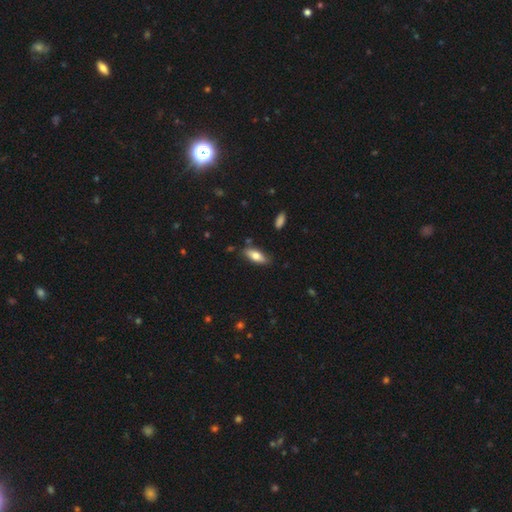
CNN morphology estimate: Smooth or featured? smooth (73%)
How rounded? in between (73%)
Merging? none (82%)